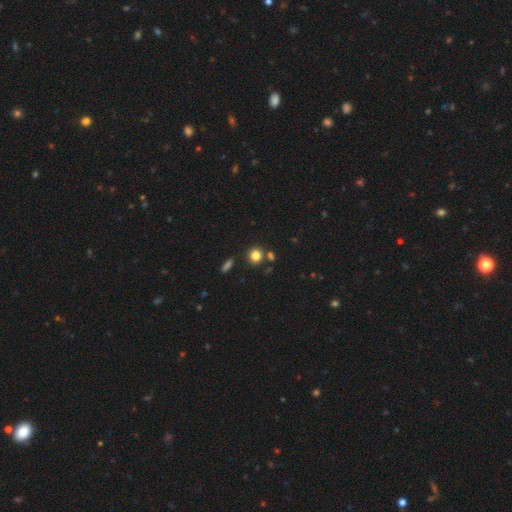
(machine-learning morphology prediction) Smooth or featured? Predicted: smooth (p=0.81). How rounded? Predicted: round (p=0.84). Merging? Predicted: none (p=0.76).